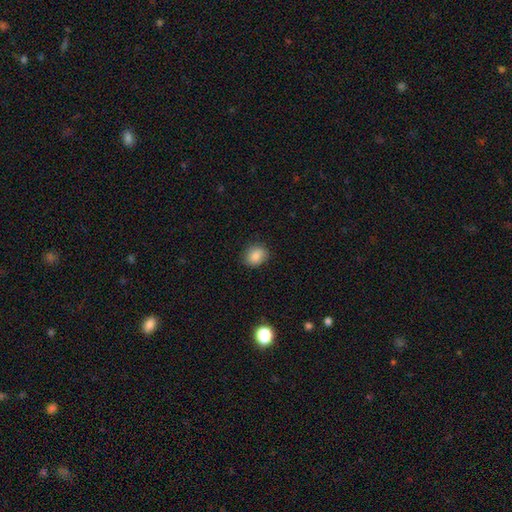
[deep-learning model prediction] Morphology: type=smooth (84%); roundness=round (59%); merging=none (84%).